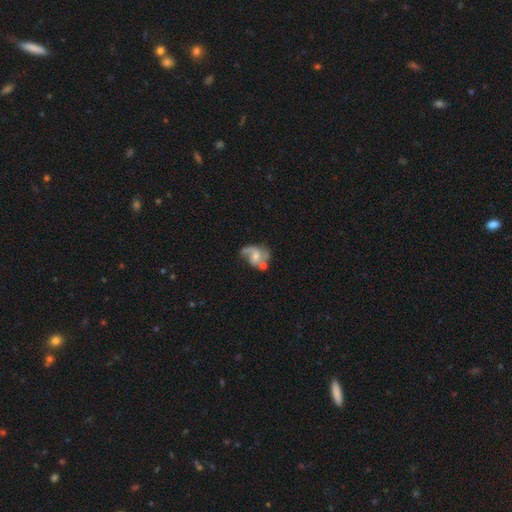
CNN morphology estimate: Q: Smooth or featured?
A: featured or disk (73%); runner-up: smooth (20%)
Q: Edge-on disk?
A: no (98%); runner-up: yes (2%)
Q: Bar?
A: no (57%); runner-up: weak (36%)
Q: Spiral arms?
A: yes (88%); runner-up: no (12%)
Q: Spiral winding?
A: loose (48%); runner-up: medium (40%)
Q: Spiral arm count?
A: 2 (66%); runner-up: 1 (23%)
Q: Bulge size?
A: moderate (44%); runner-up: small (40%)
Q: Merging?
A: none (37%); runner-up: merger (22%)